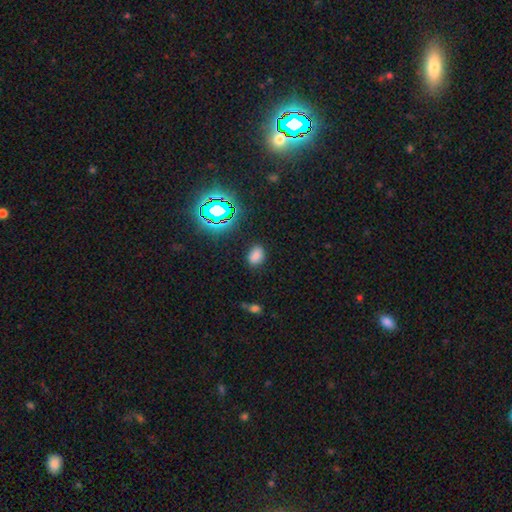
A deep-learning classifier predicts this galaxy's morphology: smooth_or_featured: smooth (p=0.73) [alt: star or artifact p=0.20]
how_rounded: in between (p=0.74) [alt: round p=0.25]
merging: none (p=0.84) [alt: minor disturbance p=0.11]